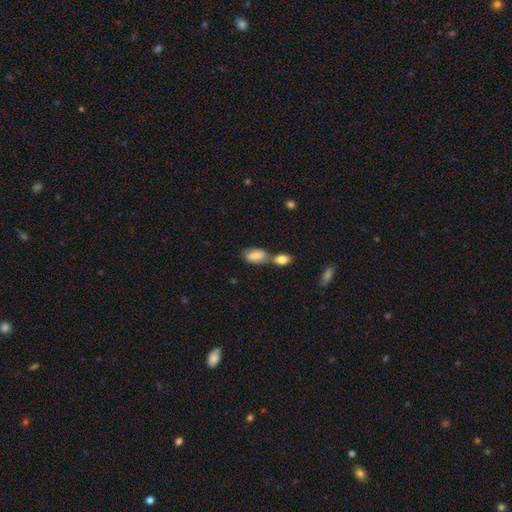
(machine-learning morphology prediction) Q: Smooth or featured?
A: smooth (79%); runner-up: featured or disk (13%)
Q: How rounded?
A: in between (91%); runner-up: round (5%)
Q: Merging?
A: merger (52%); runner-up: none (32%)